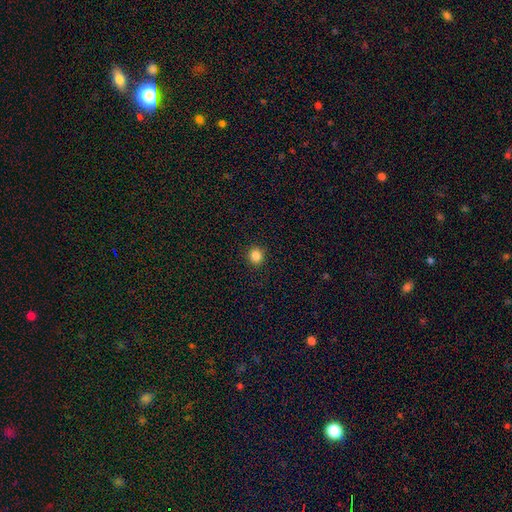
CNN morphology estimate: This appears to be a smooth galaxy with no disk features (85%) that is round (89%). Merging: none (92%).